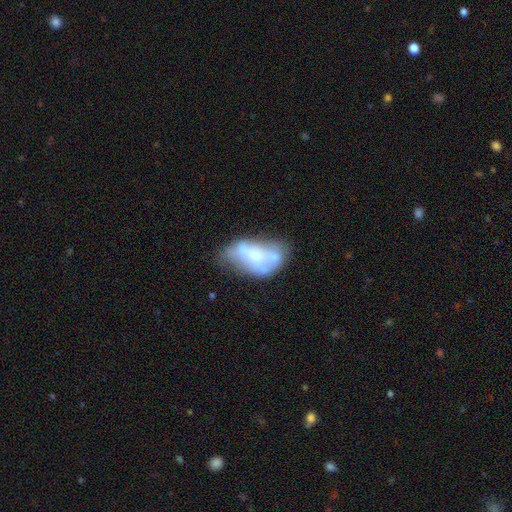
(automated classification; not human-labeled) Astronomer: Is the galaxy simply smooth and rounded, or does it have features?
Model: featured or disk — 52% (runner-up: smooth, 38%).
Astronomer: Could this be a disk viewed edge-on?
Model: no — 95%.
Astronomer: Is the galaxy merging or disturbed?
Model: none — 28% (runner-up: minor disturbance, 25%).